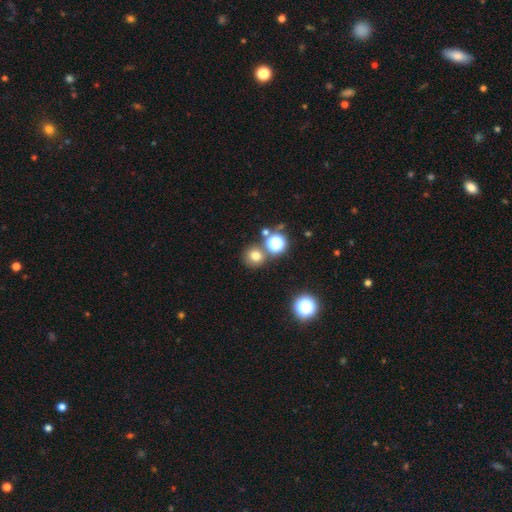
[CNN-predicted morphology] Q: Smooth or featured?
A: smooth (72%); runner-up: star or artifact (20%)
Q: How rounded?
A: round (87%); runner-up: in between (12%)
Q: Merging?
A: none (75%); runner-up: merger (13%)